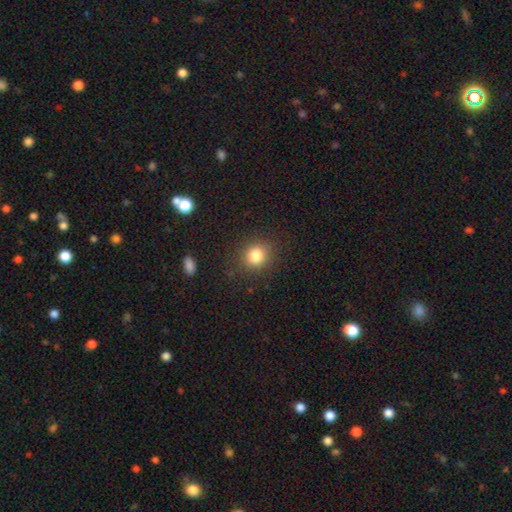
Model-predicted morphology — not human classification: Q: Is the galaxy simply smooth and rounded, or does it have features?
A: smooth — 82%.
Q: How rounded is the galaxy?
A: round — 81%.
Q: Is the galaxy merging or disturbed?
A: none — 86%.